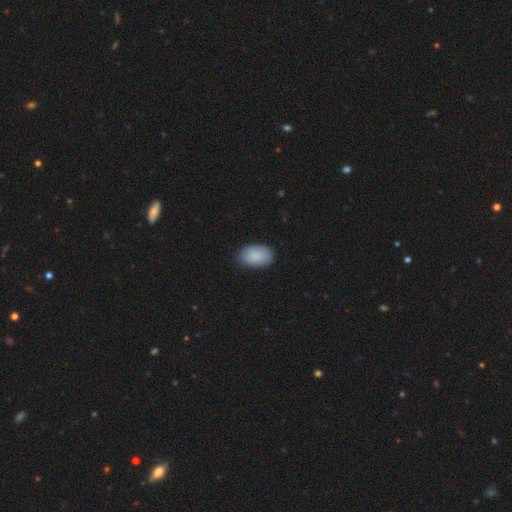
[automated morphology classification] Smooth or featured? smooth (89%)
How rounded? in between (92%)
Merging? none (84%)